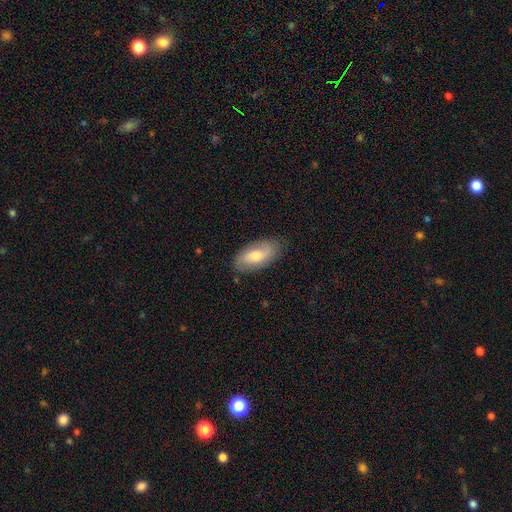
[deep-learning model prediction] Q: Smooth or featured?
A: smooth (53%); runner-up: featured or disk (41%)
Q: How rounded?
A: in between (89%); runner-up: cigar-shaped (8%)
Q: Merging?
A: none (81%); runner-up: minor disturbance (14%)